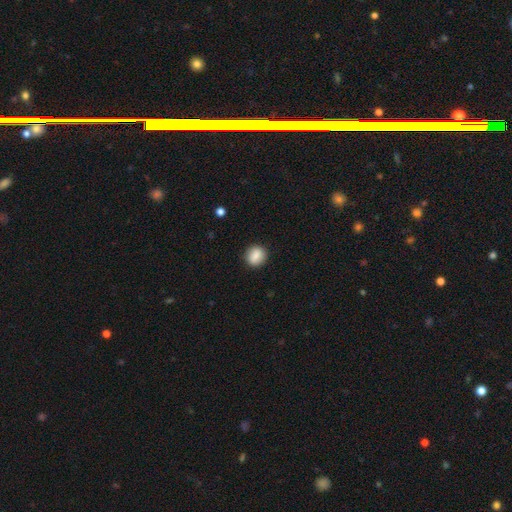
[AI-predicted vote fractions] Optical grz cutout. It shows a smooth galaxy with no disk features (86%) that is round (77%). Merging: none (88%).